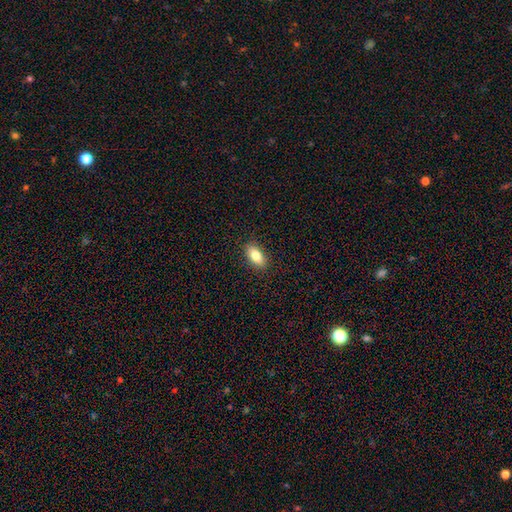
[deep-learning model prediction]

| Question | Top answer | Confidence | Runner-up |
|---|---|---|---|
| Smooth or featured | smooth | 83% | featured or disk (10%) |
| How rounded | in between | 91% | round (4%) |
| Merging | none | 89% | minor disturbance (8%) |